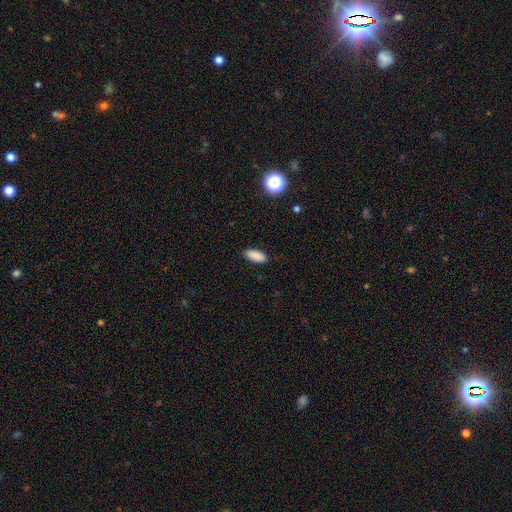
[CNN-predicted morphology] smooth_or_featured: smooth (p=0.88) [alt: star or artifact p=0.08]
how_rounded: in between (p=0.81) [alt: cigar-shaped p=0.16]
merging: none (p=0.88) [alt: minor disturbance p=0.09]